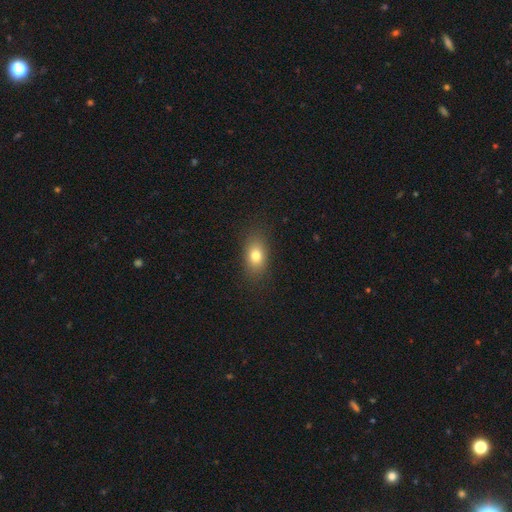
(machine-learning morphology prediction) smooth-or-featured: smooth: 78% | featured or disk: 11% | star or artifact: 11%
  how-rounded: in between: 79% | round: 18% | cigar-shaped: 3%
  merging: none: 85% | minor disturbance: 10% | major disturbance: 3% | merger: 1%